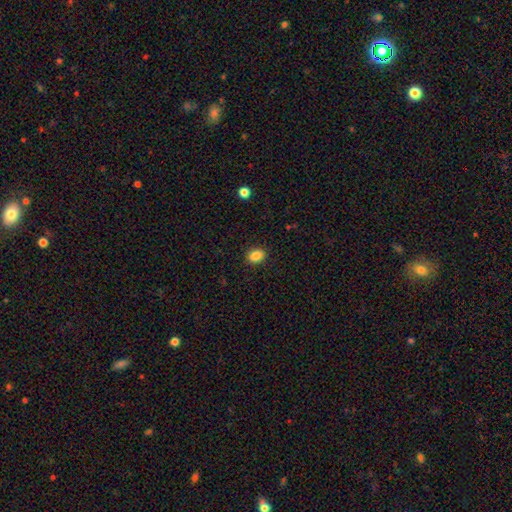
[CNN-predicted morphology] A smooth galaxy with no disk features (87%) that is in between round and cigar-shaped (69%).

Vote fractions:
- Smooth or featured? smooth: 87% / star or artifact: 9% / featured or disk: 4%
- How rounded? in between: 69% / round: 30% / cigar-shaped: 1%
- Merging? none: 90% / minor disturbance: 7% / major disturbance: 2% / merger: 1%